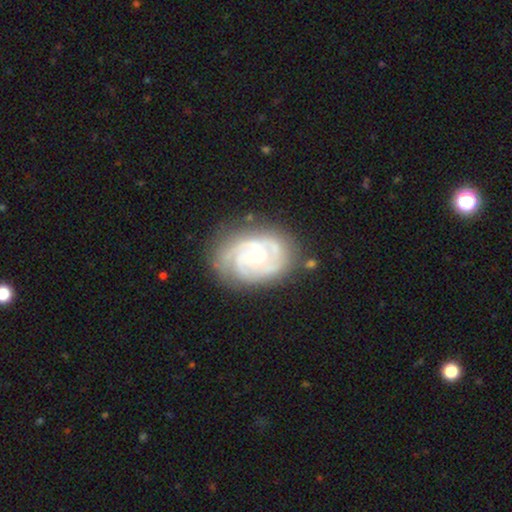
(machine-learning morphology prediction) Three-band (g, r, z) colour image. It shows a featured or disk galaxy (88%) with no bar (74%), 3 (35%) tight (74%) spiral arms (96%) and a moderate central bulge (53%). Merging: none (75%).